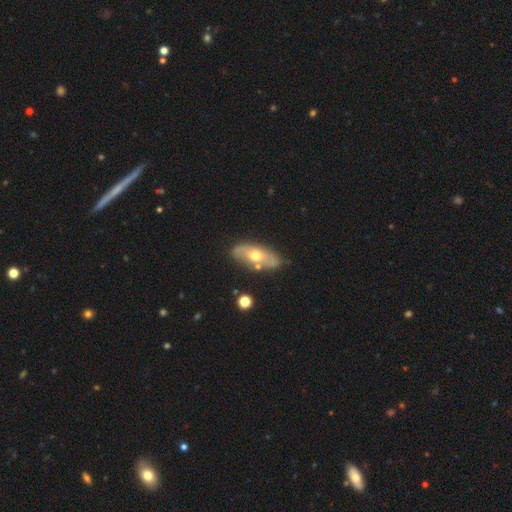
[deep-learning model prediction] Smooth or featured? featured or disk (54%)
Edge-on disk? no (80%)
Merging? none (76%)